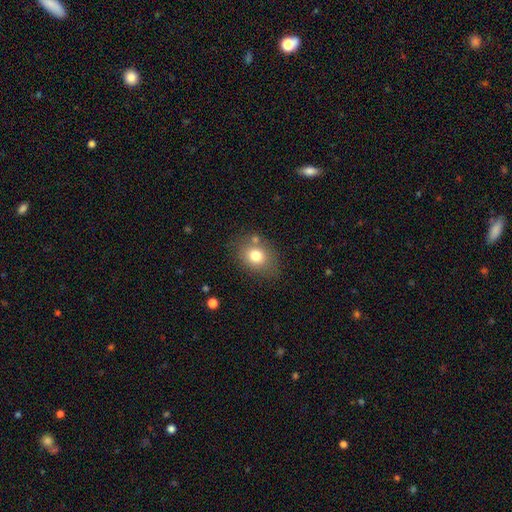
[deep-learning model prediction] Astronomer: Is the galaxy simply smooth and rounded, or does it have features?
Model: smooth — 76%.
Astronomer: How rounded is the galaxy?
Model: in between — 58% (runner-up: round, 41%).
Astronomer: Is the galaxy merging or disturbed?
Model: none — 70%.